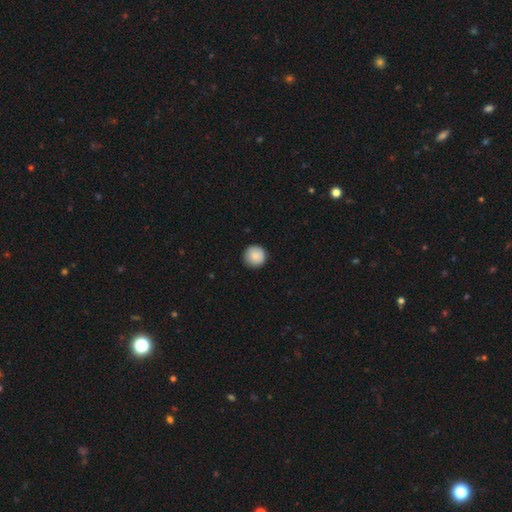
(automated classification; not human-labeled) Q: Smooth or featured?
A: smooth (87%); runner-up: star or artifact (7%)
Q: How rounded?
A: round (96%); runner-up: in between (3%)
Q: Merging?
A: none (91%); runner-up: minor disturbance (7%)